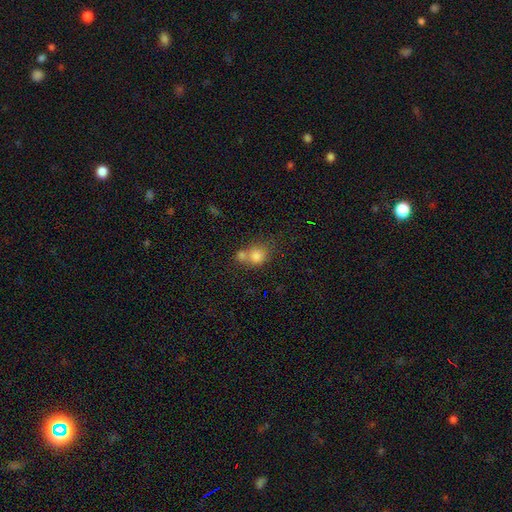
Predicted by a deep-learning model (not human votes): A smooth galaxy with no disk features (77%) that is round (74%). Merging: merger (52%).